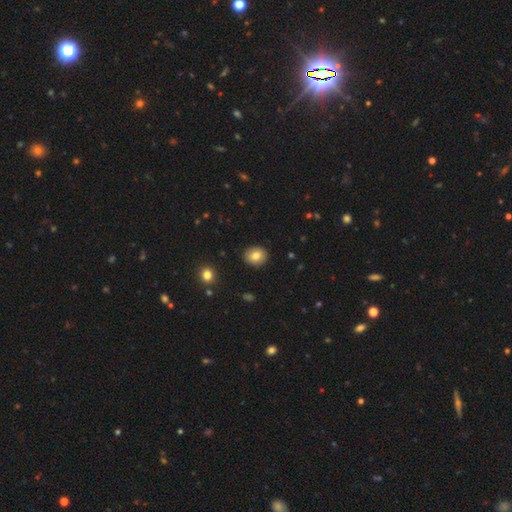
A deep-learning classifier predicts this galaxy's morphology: Smooth or featured: smooth — 80% (featured or disk — 11%)
How rounded: round — 68% (in between — 31%)
Merging: none — 90% (minor disturbance — 7%)